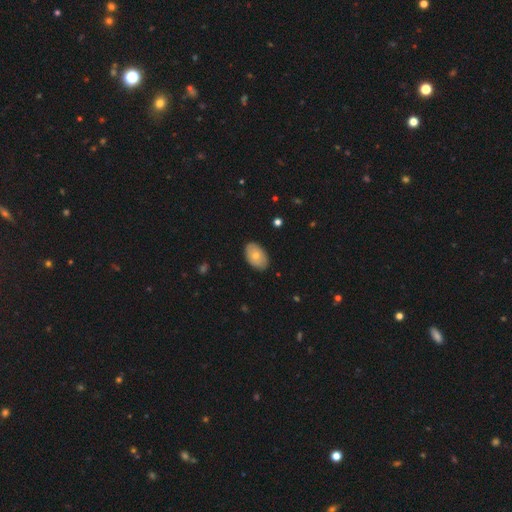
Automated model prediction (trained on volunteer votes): smooth-or-featured: smooth: 68% | featured or disk: 25% | star or artifact: 6%
  how-rounded: in between: 91% | round: 8% | cigar-shaped: 1%
  merging: none: 85% | minor disturbance: 12% | major disturbance: 2% | merger: 1%